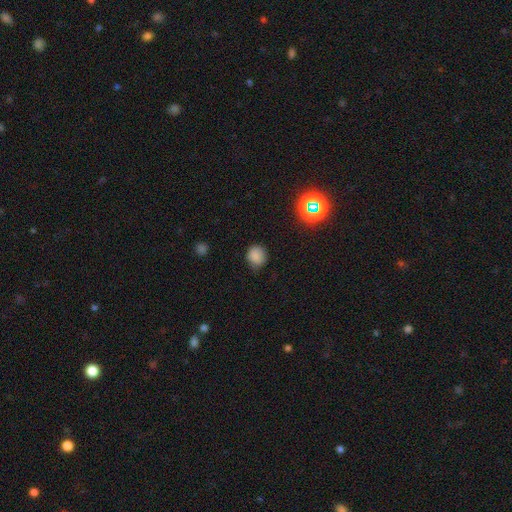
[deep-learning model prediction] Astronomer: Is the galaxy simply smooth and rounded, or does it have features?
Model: smooth — 81%.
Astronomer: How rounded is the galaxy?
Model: round — 80%.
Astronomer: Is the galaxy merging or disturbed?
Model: none — 75%.